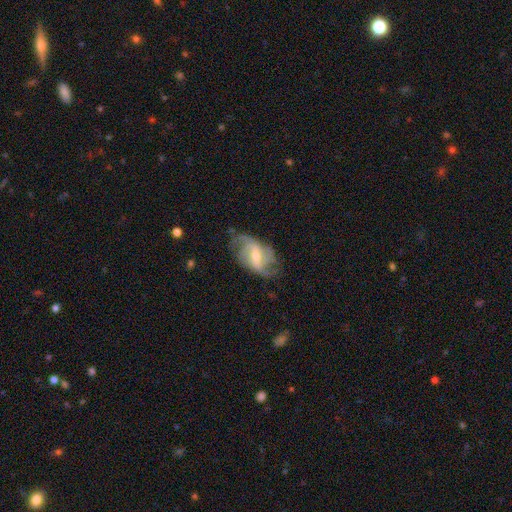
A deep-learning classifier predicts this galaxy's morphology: A featured or disk galaxy (78%) with a weak bar (51%), 2 (47%) loose (44%) spiral arms (90%) and a moderate central bulge (48%). Merging: none (60%).